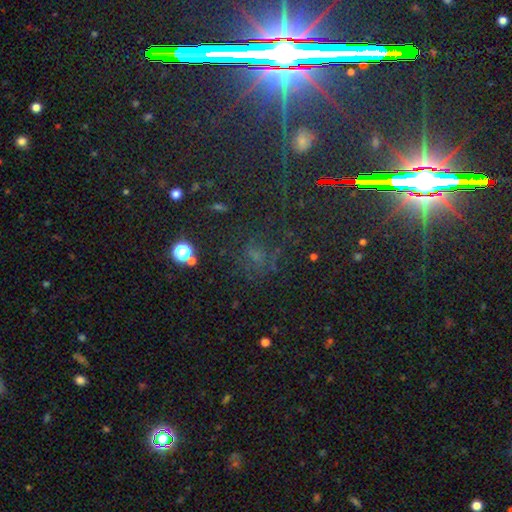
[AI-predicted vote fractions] Morphology: type=star or artifact (57%).